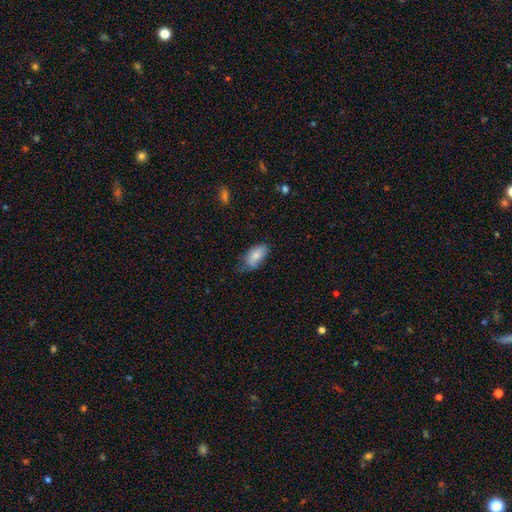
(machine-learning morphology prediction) This appears to be a smooth galaxy with no disk features (84%) that is in between round and cigar-shaped (93%). Merging: none (49%).